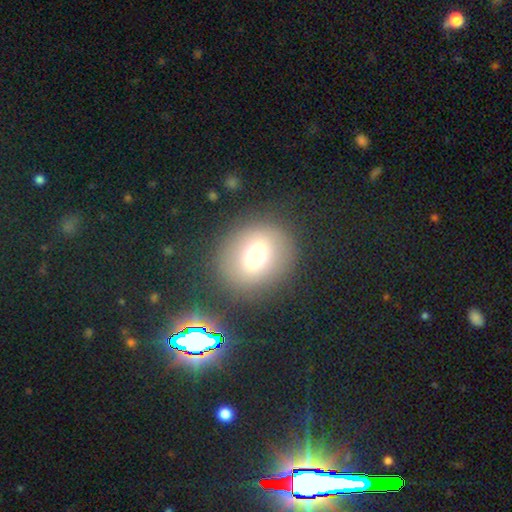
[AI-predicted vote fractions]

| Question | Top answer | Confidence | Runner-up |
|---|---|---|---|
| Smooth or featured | smooth | 70% | star or artifact (16%) |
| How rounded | round | 63% | in between (36%) |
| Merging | none | 81% | minor disturbance (10%) |